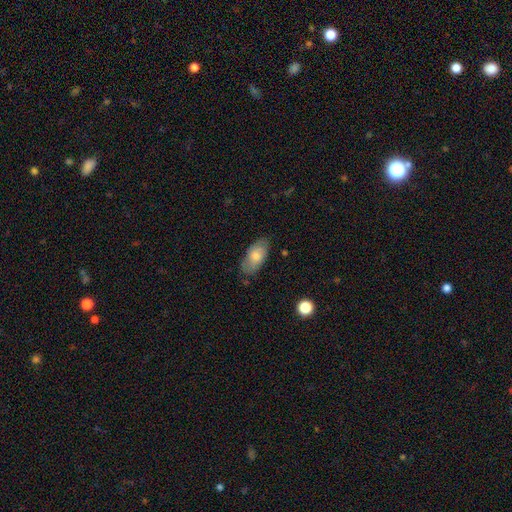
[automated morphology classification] This appears to be a smooth galaxy with no disk features (66%) that is in between round and cigar-shaped (91%). Merging: none (76%).